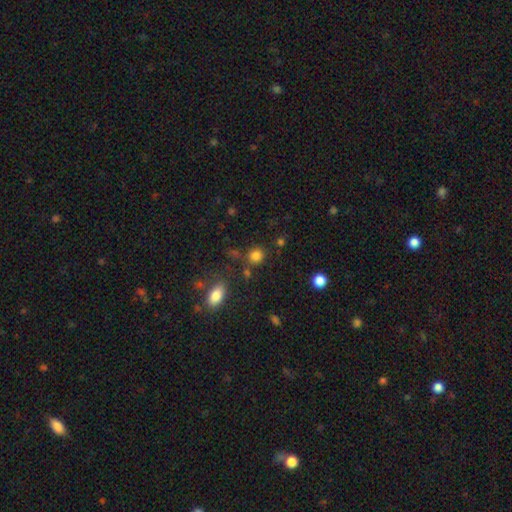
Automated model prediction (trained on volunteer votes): Smooth or featured? Predicted: smooth (p=0.82). How rounded? Predicted: round (p=0.81). Merging? Predicted: none (p=0.76).